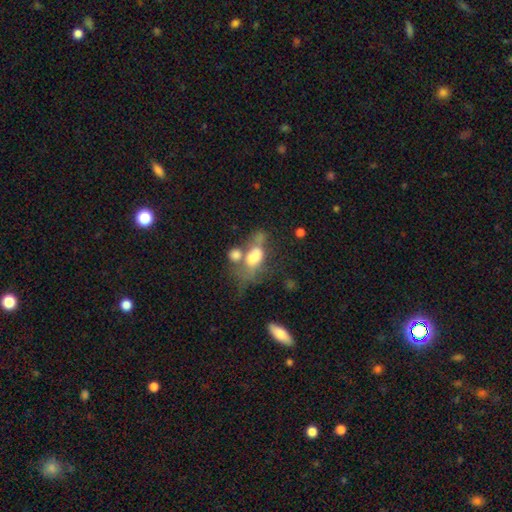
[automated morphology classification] Smooth or featured? smooth (56%)
How rounded? in between (80%)
Merging? merger (44%)